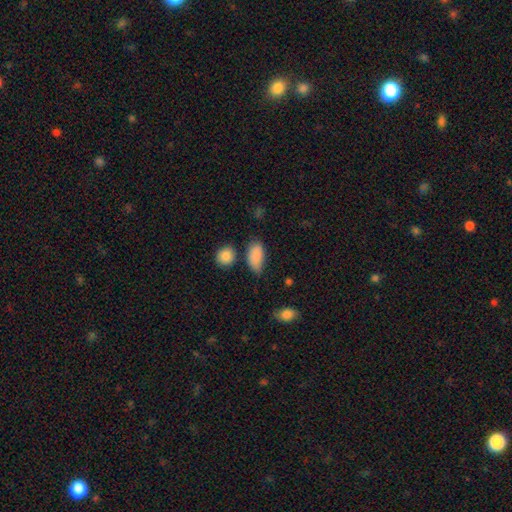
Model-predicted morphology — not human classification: Overall: smooth (87%). How rounded: in between (90%). Merging: none (64%; minor disturbance 24%).